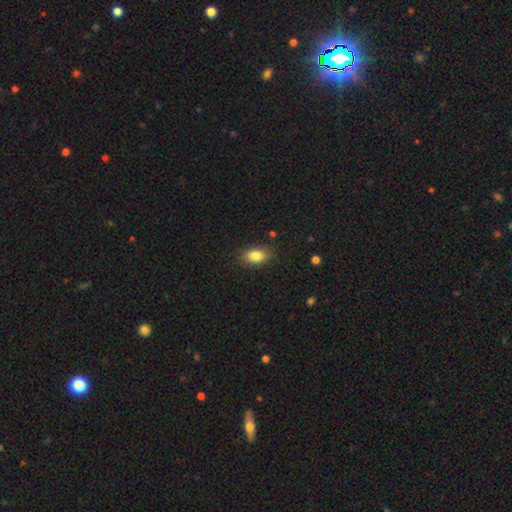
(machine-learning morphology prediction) A smooth galaxy with no disk features (85%) that is in between round and cigar-shaped (86%).

Vote fractions:
- Smooth or featured? smooth: 85% / star or artifact: 8% / featured or disk: 6%
- How rounded? in between: 86% / round: 12% / cigar-shaped: 2%
- Merging? none: 85% / minor disturbance: 11% / major disturbance: 3% / merger: 1%